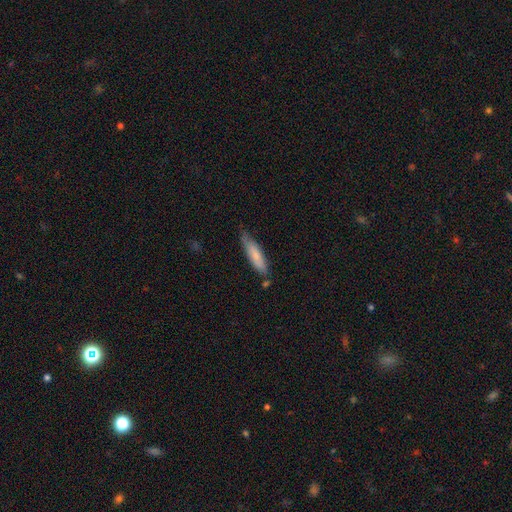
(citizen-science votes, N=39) Smooth or featured?
  - smooth: 79% *
  - featured or disk: 18%
  - star or artifact: 3%
How rounded?
  - cigar-shaped: 74% *
  - in between: 26%
  - round: 0%
Merging?
  - none: 53% *
  - minor disturbance: 29%
  - merger: 13%
  - major disturbance: 5%